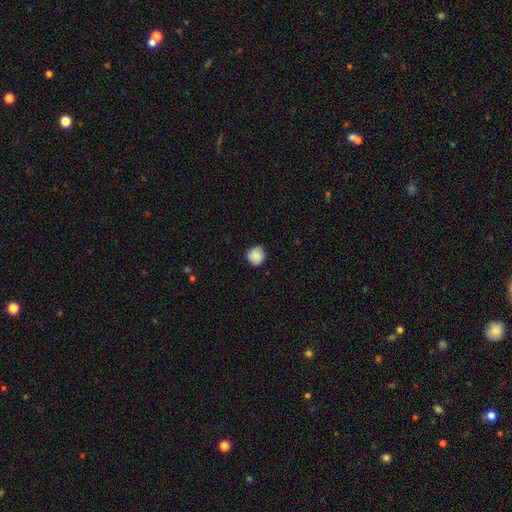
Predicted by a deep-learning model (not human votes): Smooth or featured? Predicted: smooth (p=0.85). How rounded? Predicted: round (p=0.90). Merging? Predicted: none (p=0.80).